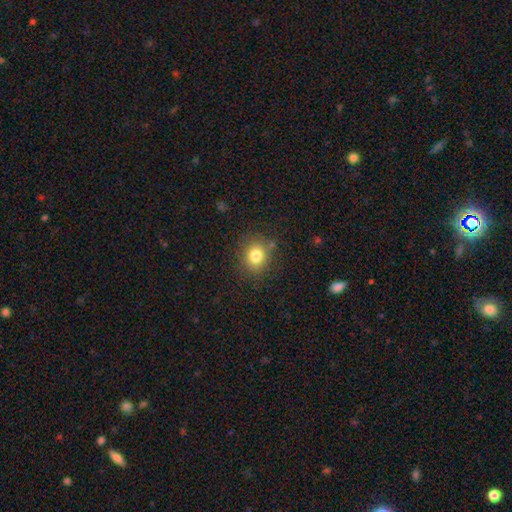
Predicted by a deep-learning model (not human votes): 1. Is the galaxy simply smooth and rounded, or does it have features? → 80% smooth, 12% star or artifact, 8% featured or disk.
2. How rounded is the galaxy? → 75% round, 24% in between, 1% cigar-shaped.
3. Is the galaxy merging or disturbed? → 82% none, 12% minor disturbance, 4% major disturbance, 2% merger.